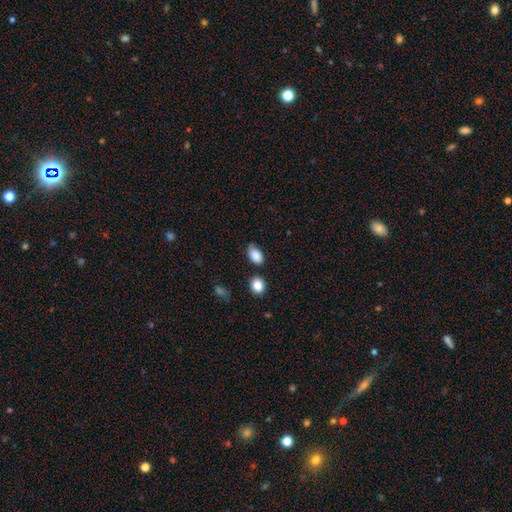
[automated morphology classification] Overall: smooth (86%). How rounded: in between (87%). Merging: none (62%; minor disturbance 27%).